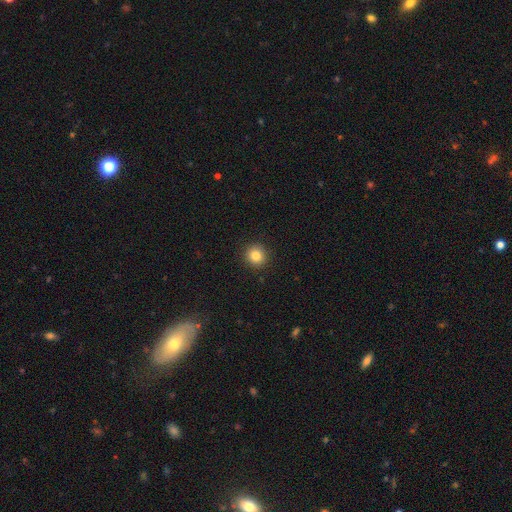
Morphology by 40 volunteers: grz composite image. It shows a smooth galaxy with no disk features (82%) that is round (100%). Merging: none (92%).